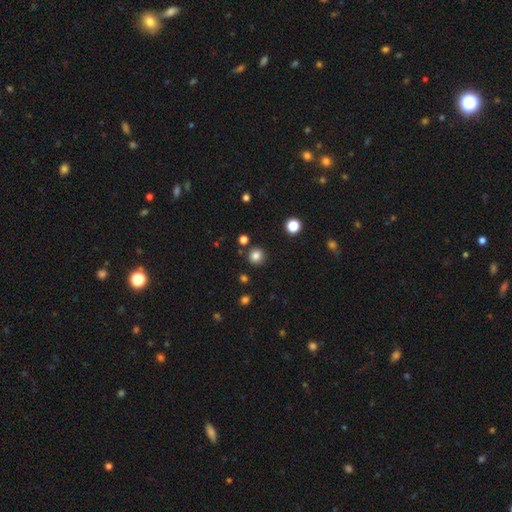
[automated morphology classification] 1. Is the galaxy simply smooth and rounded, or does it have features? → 83% smooth, 12% star or artifact, 5% featured or disk.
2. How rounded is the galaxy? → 93% round, 6% in between, 1% cigar-shaped.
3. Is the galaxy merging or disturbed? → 88% none, 7% minor disturbance, 3% merger, 2% major disturbance.